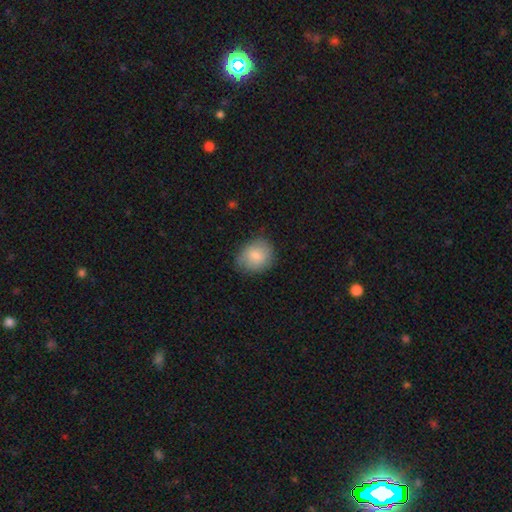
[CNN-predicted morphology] Smooth or featured: smooth — 80% (featured or disk — 13%)
How rounded: round — 58% (in between — 41%)
Merging: none — 76% (minor disturbance — 18%)